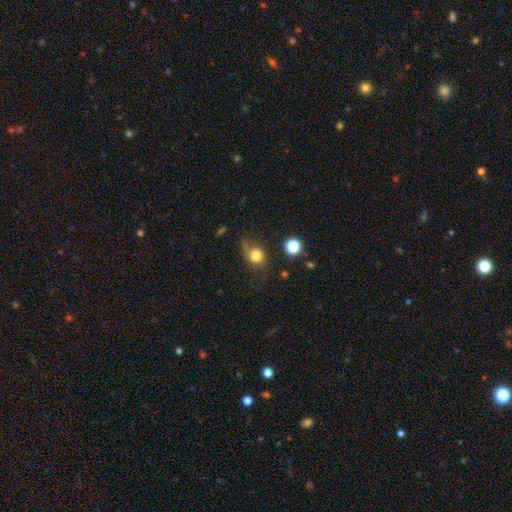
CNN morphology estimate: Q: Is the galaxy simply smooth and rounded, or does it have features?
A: smooth — 72%.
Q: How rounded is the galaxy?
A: round — 66%.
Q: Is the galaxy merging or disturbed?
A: none — 54%.